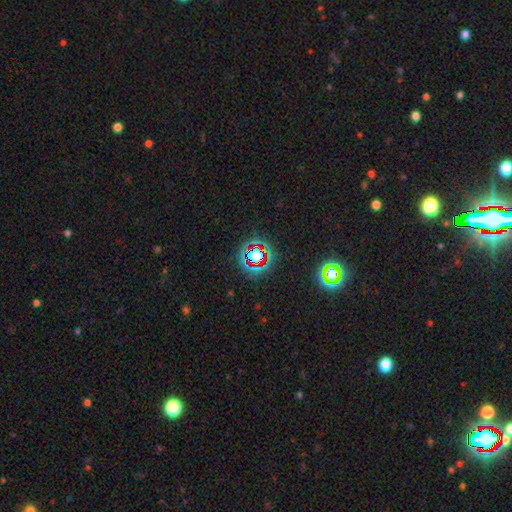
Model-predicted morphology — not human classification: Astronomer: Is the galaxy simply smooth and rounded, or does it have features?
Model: star or artifact — 71%.